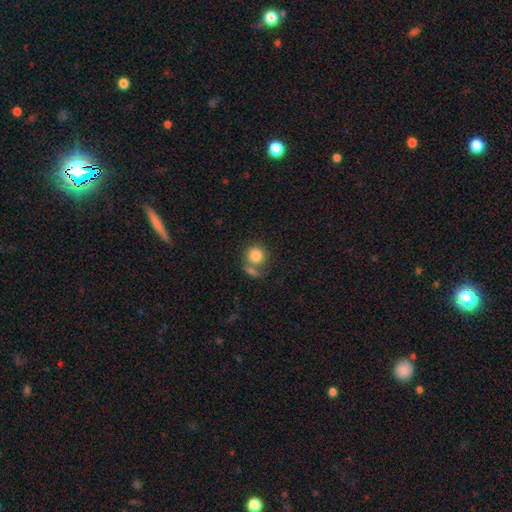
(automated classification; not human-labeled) Smooth or featured: smooth — 82% (featured or disk — 9%)
How rounded: round — 86% (in between — 13%)
Merging: none — 50% (merger — 32%)